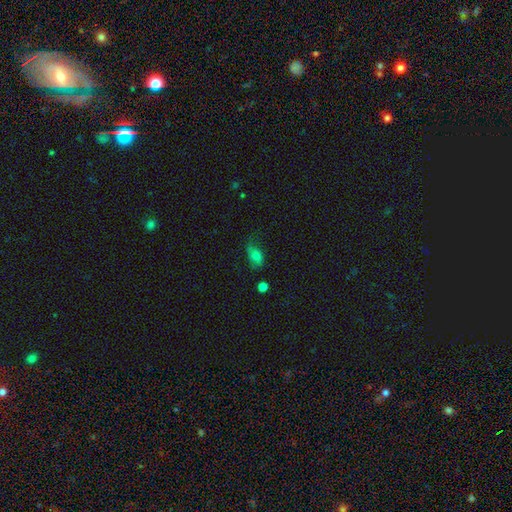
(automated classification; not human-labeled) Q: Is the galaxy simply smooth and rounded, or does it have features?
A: smooth — 66%.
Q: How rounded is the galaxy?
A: in between — 83%.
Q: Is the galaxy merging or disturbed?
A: none — 50%.